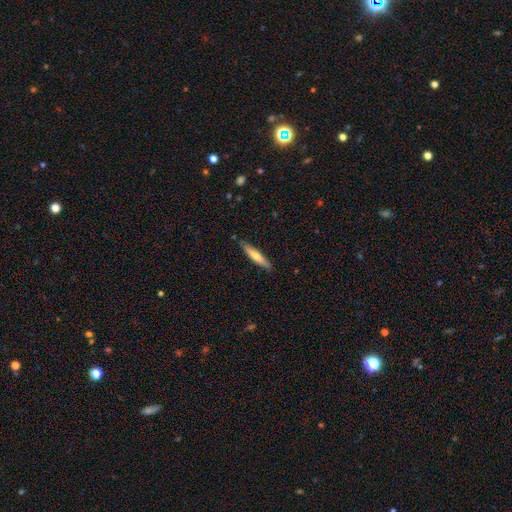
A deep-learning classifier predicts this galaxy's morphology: A smooth galaxy with no disk features (59%) that is cigar-shaped (88%).

Vote fractions:
- Smooth or featured? smooth: 59% / featured or disk: 35% / star or artifact: 6%
- How rounded? cigar-shaped: 88% / in between: 11% / round: 1%
- Merging? none: 86% / minor disturbance: 11% / major disturbance: 2% / merger: 1%